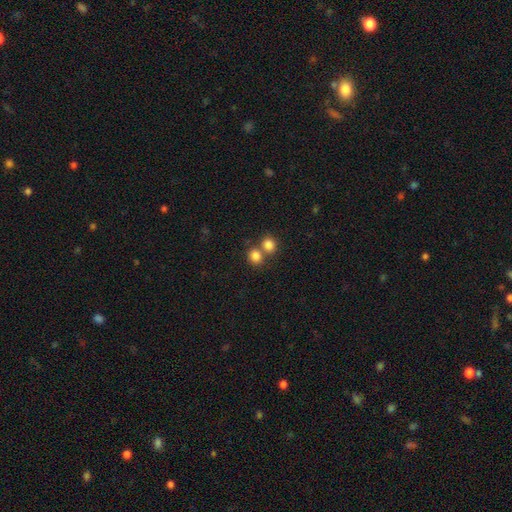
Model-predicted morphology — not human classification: smooth-or-featured: smooth: 82% | star or artifact: 11% | featured or disk: 6%
  how-rounded: round: 73% | in between: 26% | cigar-shaped: 1%
  merging: none: 49% | merger: 42% | minor disturbance: 7% | major disturbance: 3%